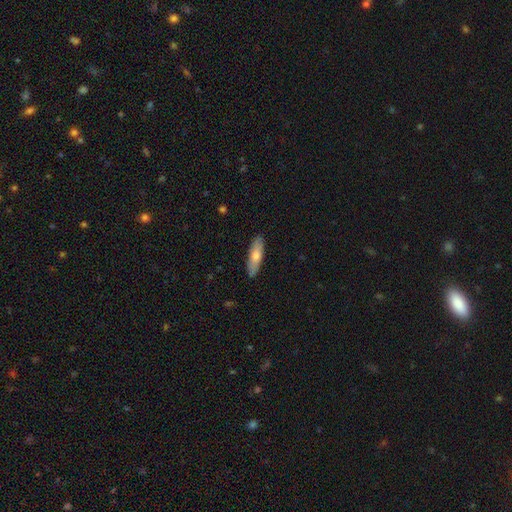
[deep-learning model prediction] Smooth or featured: smooth — 59% (featured or disk — 34%)
How rounded: cigar-shaped — 65% (in between — 33%)
Merging: none — 89% (minor disturbance — 9%)